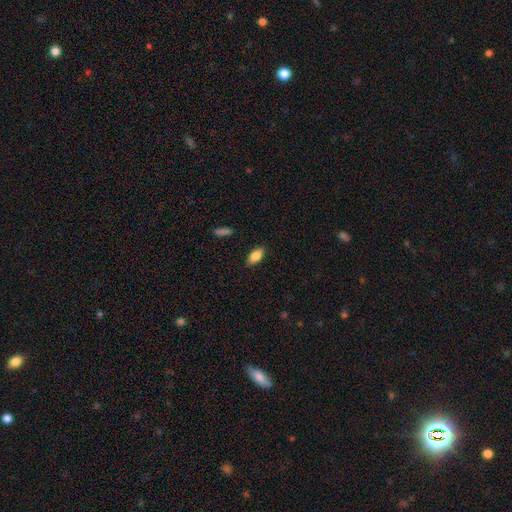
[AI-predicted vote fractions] A smooth galaxy with no disk features (85%) that is in between round and cigar-shaped (90%).

Vote fractions:
- Smooth or featured? smooth: 85% / featured or disk: 8% / star or artifact: 7%
- How rounded? in between: 90% / cigar-shaped: 7% / round: 3%
- Merging? none: 88% / minor disturbance: 9% / major disturbance: 2% / merger: 1%